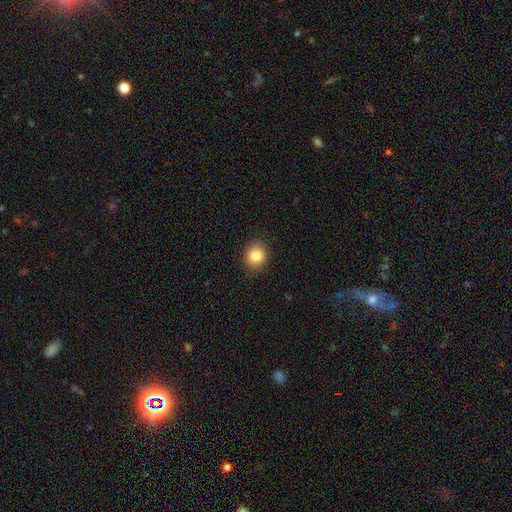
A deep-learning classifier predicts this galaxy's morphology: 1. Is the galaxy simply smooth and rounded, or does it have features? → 85% smooth, 10% star or artifact, 5% featured or disk.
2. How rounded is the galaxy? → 70% round, 29% in between, 1% cigar-shaped.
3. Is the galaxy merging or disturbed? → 88% none, 9% minor disturbance, 2% major disturbance, 1% merger.